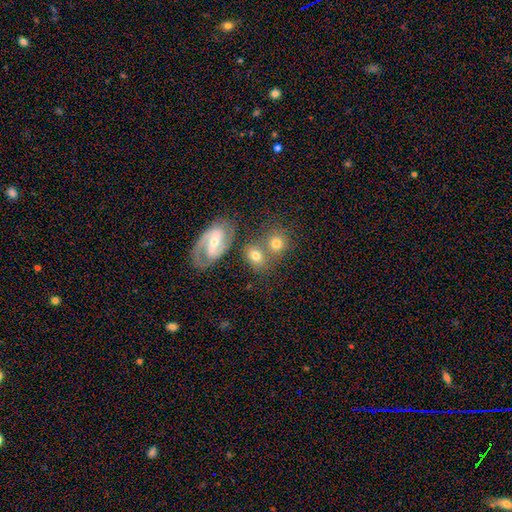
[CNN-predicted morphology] Q: Smooth or featured?
A: smooth (58%); runner-up: featured or disk (32%)
Q: How rounded?
A: round (50%); runner-up: in between (49%)
Q: Merging?
A: none (54%); runner-up: merger (27%)